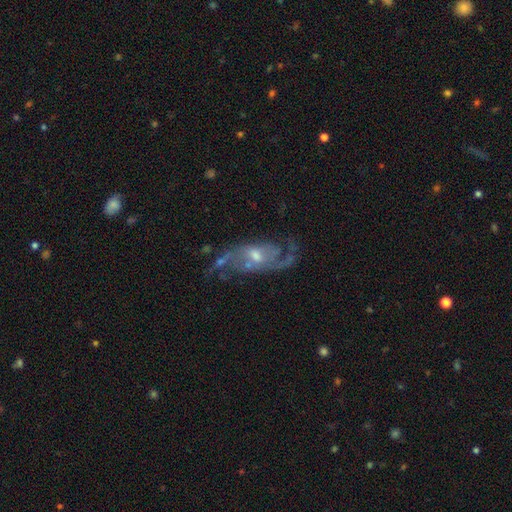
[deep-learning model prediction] A featured or disk galaxy (85%) with no bar (52%), 2 (68%) medium (43%) spiral arms (92%) and a moderate central bulge (55%).

Vote fractions:
- Smooth or featured? featured or disk: 85% / smooth: 8% / star or artifact: 7%
- Edge-on disk? no: 92% / yes: 8%
- Bar? no: 52% / weak: 39% / strong: 9%
- Spiral arms? yes: 92% / no: 8%
- Spiral winding? medium: 43% / loose: 40% / tight: 17%
- Spiral arm count? 2: 68% / can't tell: 14% / 3: 8% / 1: 4% / 4: 3% / more than 4: 3%
- Bulge size? moderate: 55% / small: 37% / large: 4% / none: 3% / dominant: 1%
- Merging? none: 63% / minor disturbance: 19% / major disturbance: 15% / merger: 3%